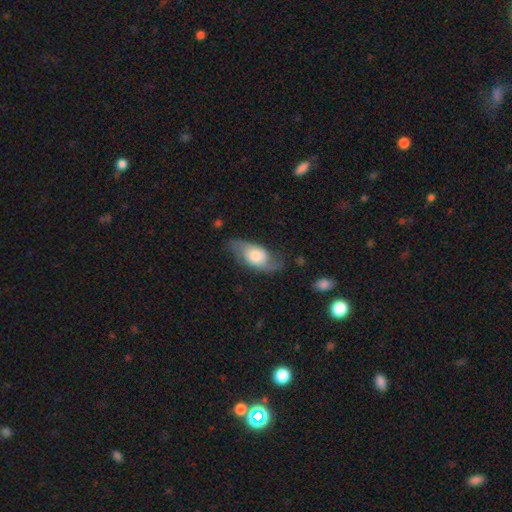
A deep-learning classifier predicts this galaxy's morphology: A featured or disk galaxy (51%).

Vote fractions:
- Smooth or featured? featured or disk: 51% / smooth: 42% / star or artifact: 7%
- Edge-on disk? no: 86% / yes: 14%
- Merging? none: 64% / minor disturbance: 23% / major disturbance: 11% / merger: 2%